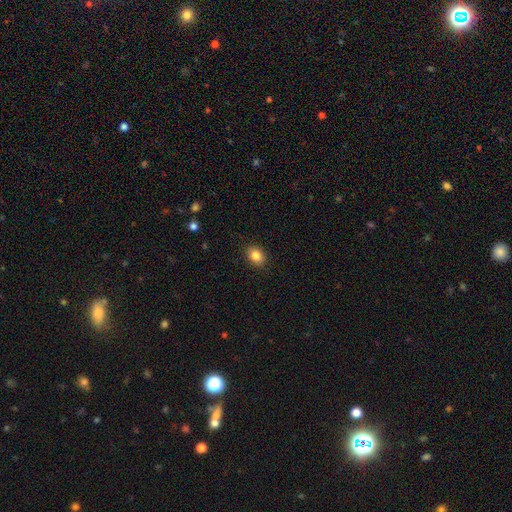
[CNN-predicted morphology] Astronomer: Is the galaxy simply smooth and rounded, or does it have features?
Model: smooth — 86%.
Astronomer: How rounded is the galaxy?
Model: in between — 69%.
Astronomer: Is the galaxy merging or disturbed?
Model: none — 88%.